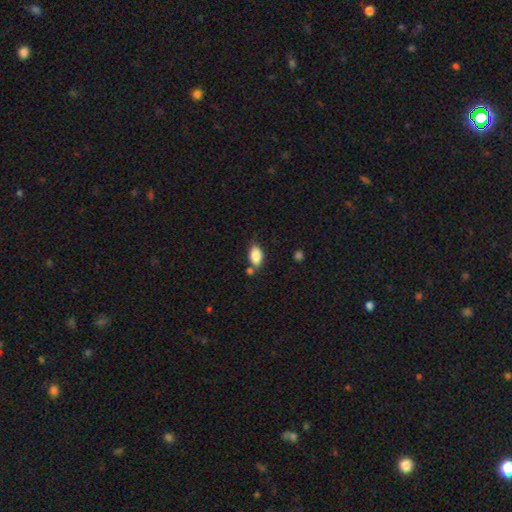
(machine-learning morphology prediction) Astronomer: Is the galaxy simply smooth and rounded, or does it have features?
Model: smooth — 86%.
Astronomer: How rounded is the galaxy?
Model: in between — 91%.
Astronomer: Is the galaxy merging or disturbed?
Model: none — 69%.